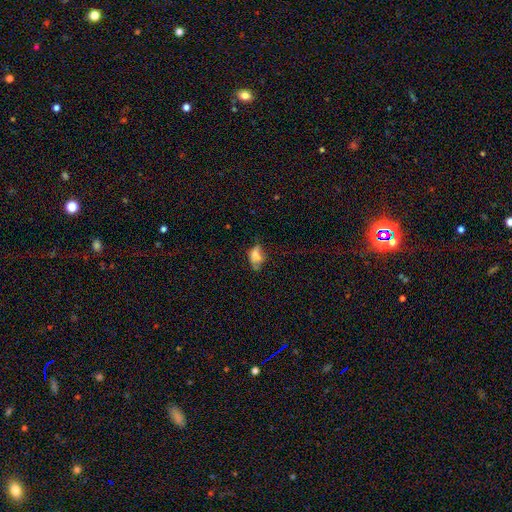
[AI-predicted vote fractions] A smooth galaxy with no disk features (61%) that is in between round and cigar-shaped (83%).

Vote fractions:
- Smooth or featured? smooth: 61% / featured or disk: 26% / star or artifact: 14%
- How rounded? in between: 83% / round: 12% / cigar-shaped: 6%
- Merging? none: 35% / minor disturbance: 29% / major disturbance: 24% / merger: 11%